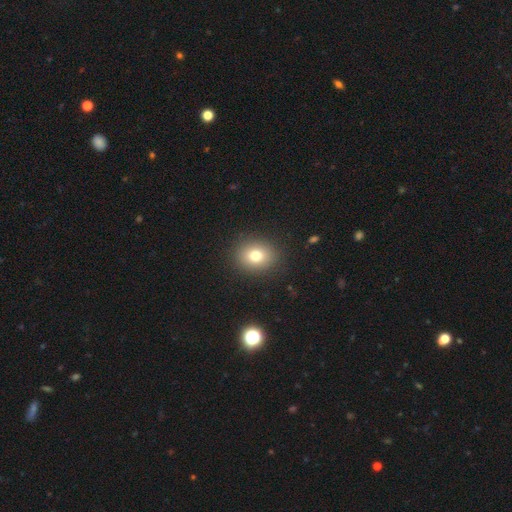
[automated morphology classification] Smooth or featured?
  - smooth: 77% *
  - star or artifact: 13%
  - featured or disk: 11%
How rounded?
  - round: 65% *
  - in between: 34%
  - cigar-shaped: 1%
Merging?
  - none: 89% *
  - minor disturbance: 7%
  - major disturbance: 3%
  - merger: 1%